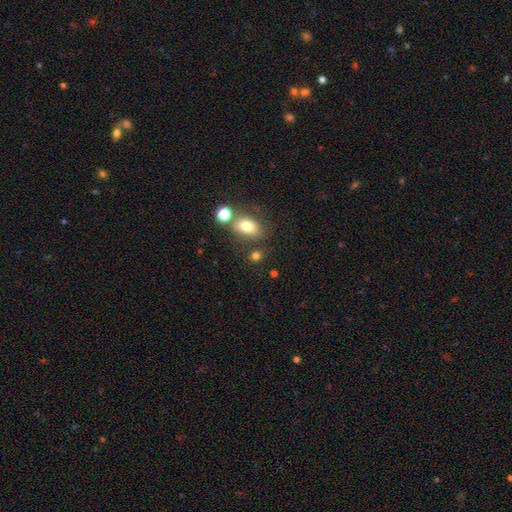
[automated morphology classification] This appears to be a smooth galaxy with no disk features (77%) that is in between round and cigar-shaped (64%). Merging: none (66%).